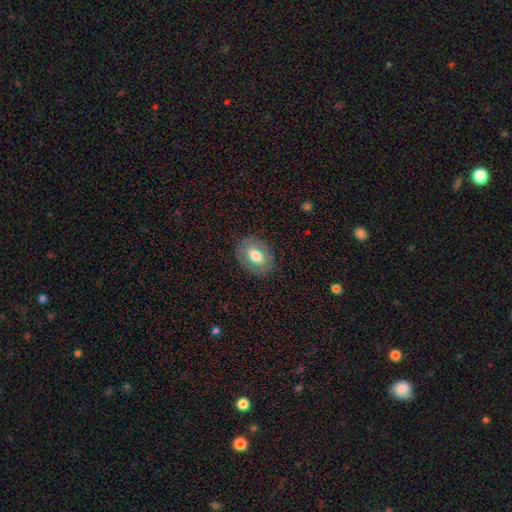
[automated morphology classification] Overall: smooth (67%). How rounded: in between (72%). Merging: none (84%).